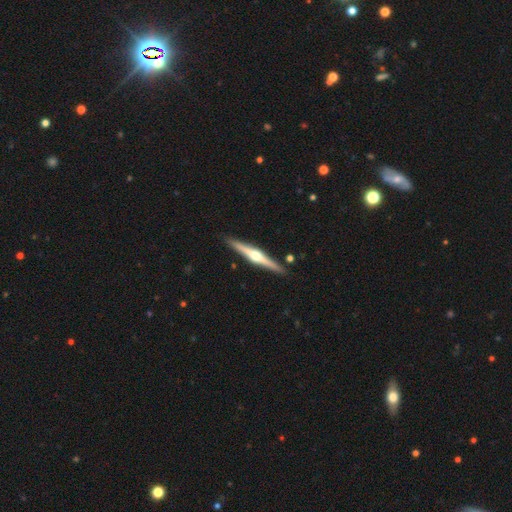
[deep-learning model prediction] A featured or disk galaxy (79%) viewed edge-on (98%) with a rounded central bulge (95%).

Vote fractions:
- Smooth or featured? featured or disk: 79% / smooth: 17% / star or artifact: 4%
- Edge-on disk? yes: 98% / no: 2%
- Edge-on bulge? rounded: 95% / boxy: 3% / none: 3%
- Merging? none: 91% / minor disturbance: 6% / merger: 2% / major disturbance: 1%